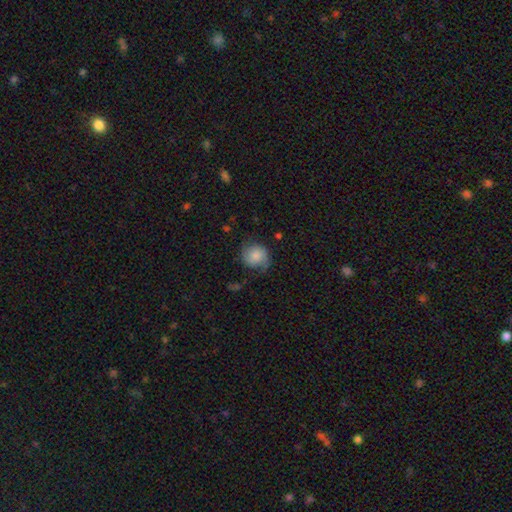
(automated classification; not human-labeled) The model was most divided on "merging": none: 59%, minor disturbance: 27%, major disturbance: 13%, merger: 2%. More confident: how rounded — round (81%); smooth or featured — smooth (65%).